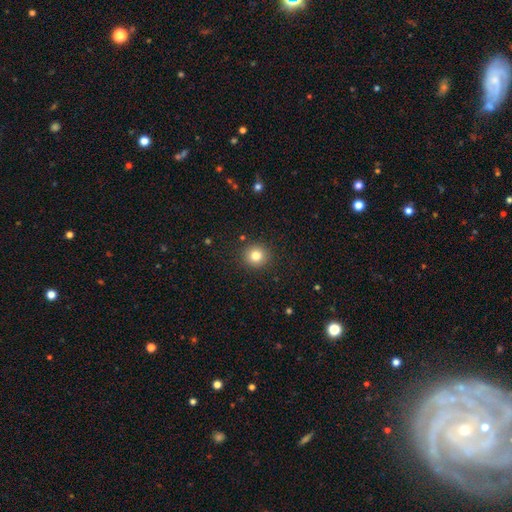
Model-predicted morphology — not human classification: This appears to be a smooth galaxy with no disk features (81%) that is round (92%). Merging: none (90%).